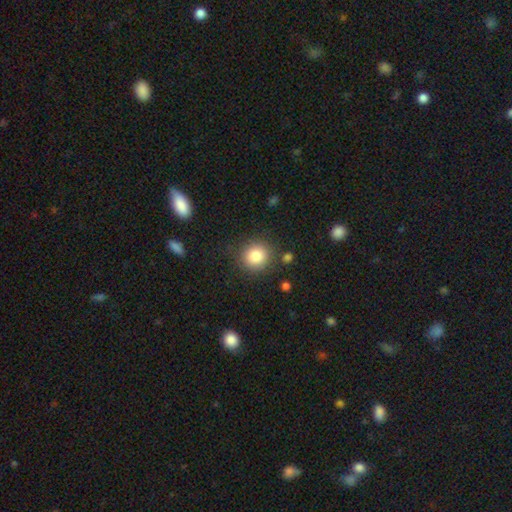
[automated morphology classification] The model was most divided on "smooth or featured": smooth: 84%, star or artifact: 10%, featured or disk: 6%. More confident: how rounded — round (89%); merging — none (84%).